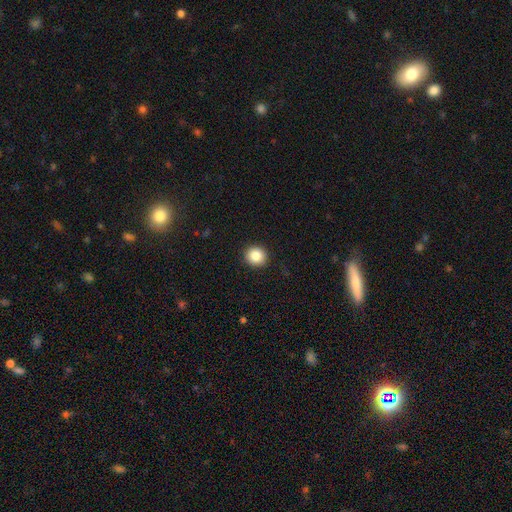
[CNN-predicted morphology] A smooth galaxy with no disk features (86%) that is round (88%).

Vote fractions:
- Smooth or featured? smooth: 86% / star or artifact: 9% / featured or disk: 5%
- How rounded? round: 88% / in between: 11% / cigar-shaped: 1%
- Merging? none: 92% / minor disturbance: 5% / major disturbance: 2% / merger: 1%